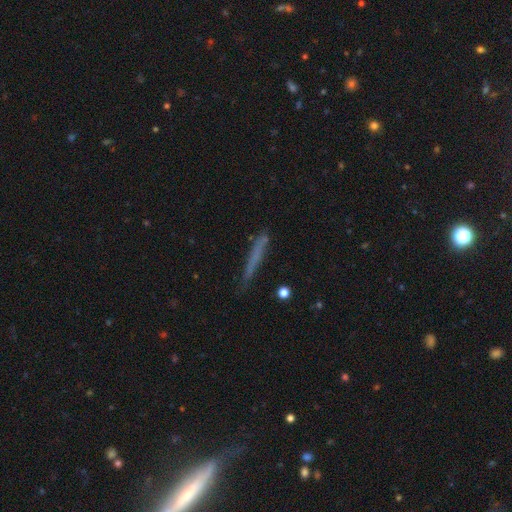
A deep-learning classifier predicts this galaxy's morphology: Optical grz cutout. It shows a smooth galaxy with no disk features (60%) that is cigar-shaped (95%). Merging: none (78%).